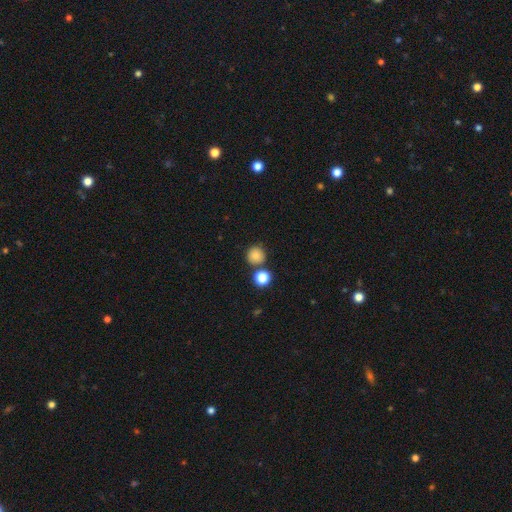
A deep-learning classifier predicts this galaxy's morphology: This appears to be a smooth galaxy with no disk features (83%) that is round (93%). Merging: none (77%).